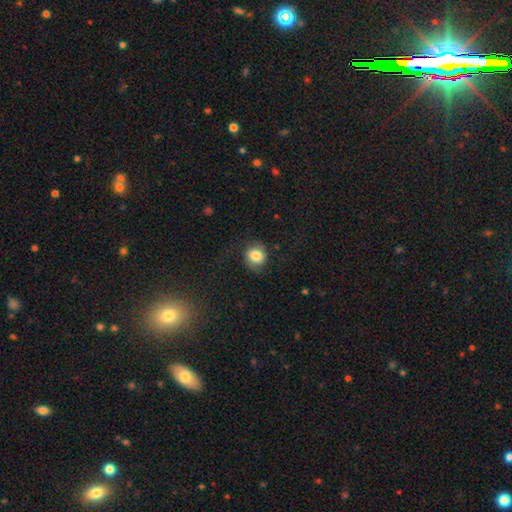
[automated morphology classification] smooth_or_featured: smooth (p=0.80) [alt: featured or disk p=0.11]
how_rounded: round (p=0.76) [alt: in between p=0.23]
merging: none (p=0.75) [alt: minor disturbance p=0.15]